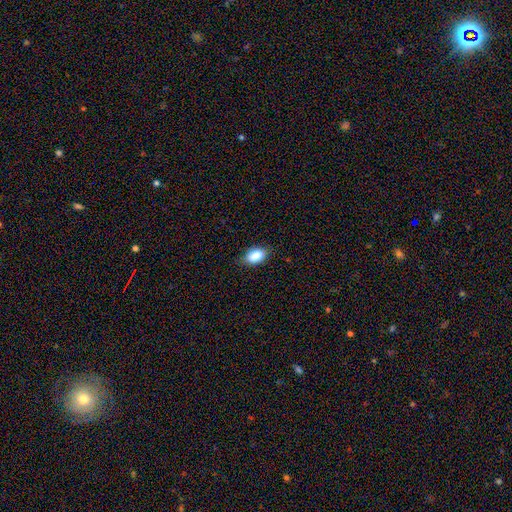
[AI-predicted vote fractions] smooth-or-featured: smooth: 86% | star or artifact: 8% | featured or disk: 6%
  how-rounded: in between: 90% | round: 8% | cigar-shaped: 2%
  merging: none: 82% | minor disturbance: 14% | major disturbance: 3% | merger: 1%